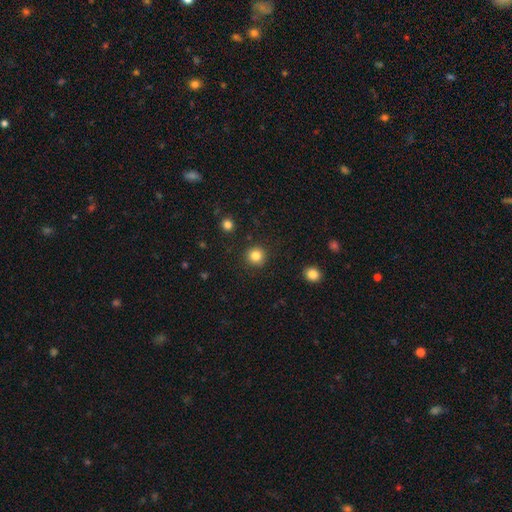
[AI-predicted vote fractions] The model was most divided on "smooth or featured": smooth: 84%, star or artifact: 11%, featured or disk: 5%. More confident: how rounded — round (94%); merging — none (91%).